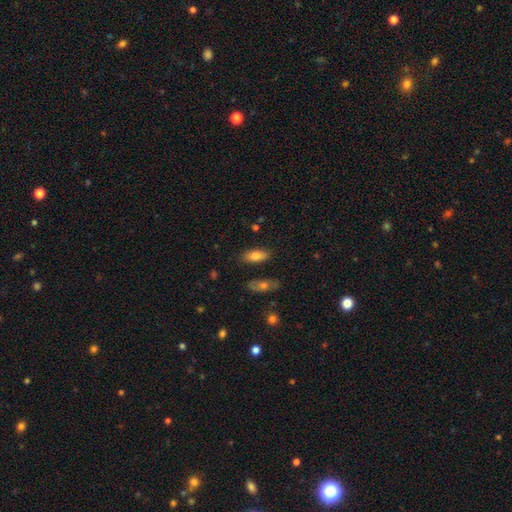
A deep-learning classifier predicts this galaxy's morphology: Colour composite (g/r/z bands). It shows a smooth galaxy with no disk features (79%) that is in between round and cigar-shaped (81%). Merging: none (80%).